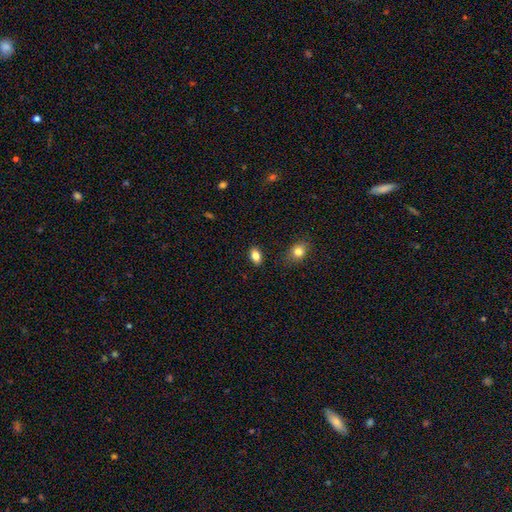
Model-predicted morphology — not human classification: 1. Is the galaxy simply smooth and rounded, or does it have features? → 83% smooth, 9% star or artifact, 7% featured or disk.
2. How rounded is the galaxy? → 86% in between, 12% round, 2% cigar-shaped.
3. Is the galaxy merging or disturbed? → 87% none, 9% minor disturbance, 2% major disturbance, 2% merger.